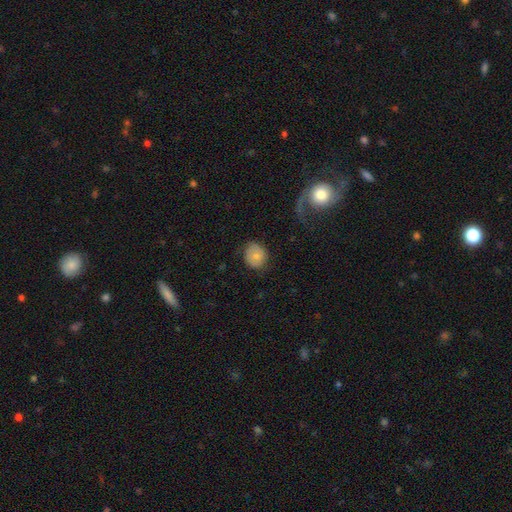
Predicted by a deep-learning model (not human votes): A smooth galaxy with no disk features (72%) that is round (71%).

Vote fractions:
- Smooth or featured? smooth: 72% / featured or disk: 20% / star or artifact: 8%
- How rounded? round: 71% / in between: 28% / cigar-shaped: 1%
- Merging? none: 72% / minor disturbance: 20% / major disturbance: 7% / merger: 1%